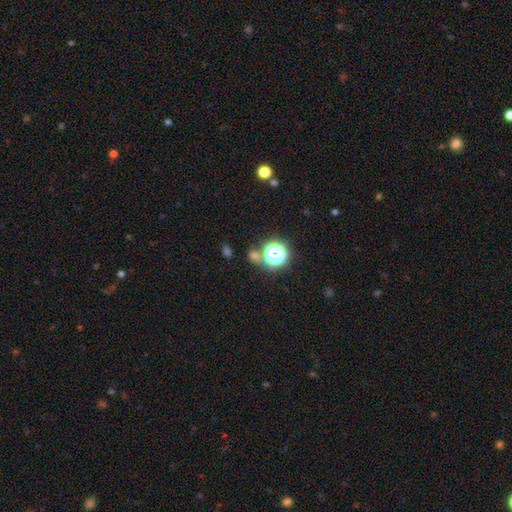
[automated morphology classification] Overall: star or artifact (48%; smooth 44%).